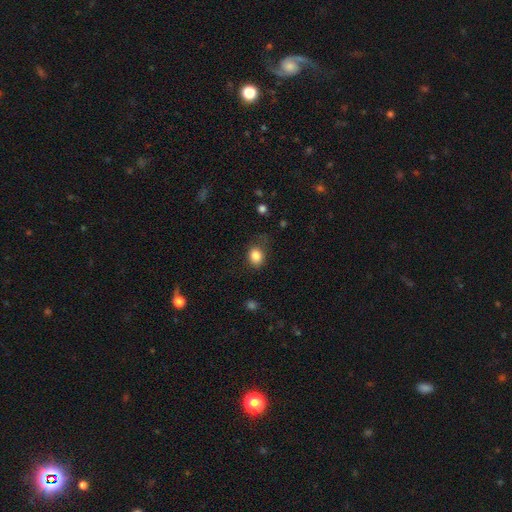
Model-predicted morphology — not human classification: Smooth or featured? smooth (84%)
How rounded? round (52%)
Merging? none (68%)